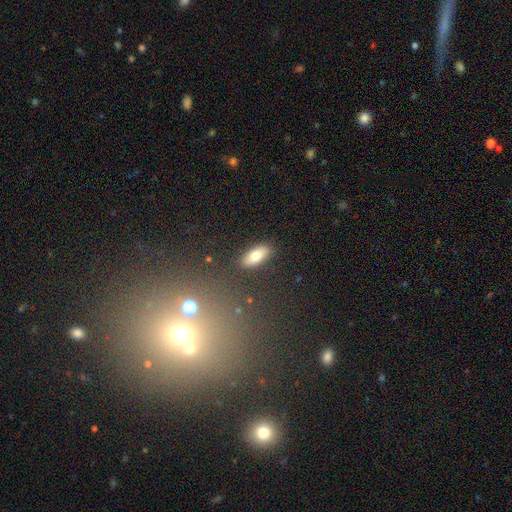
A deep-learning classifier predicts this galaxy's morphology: Smooth or featured?
  - smooth: 78% *
  - featured or disk: 14%
  - star or artifact: 8%
How rounded?
  - in between: 87% *
  - cigar-shaped: 10%
  - round: 3%
Merging?
  - none: 87% *
  - minor disturbance: 9%
  - major disturbance: 3%
  - merger: 2%